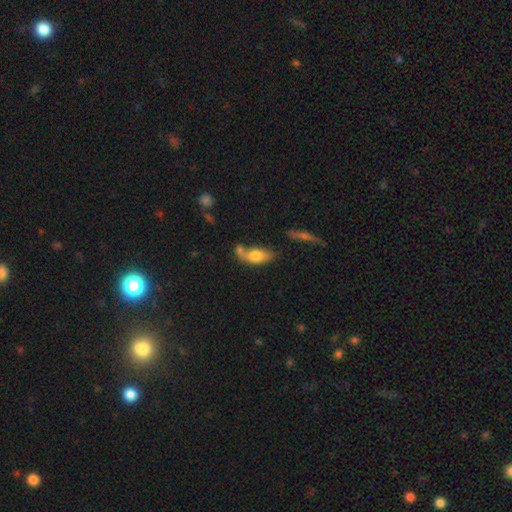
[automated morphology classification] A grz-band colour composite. It shows a smooth galaxy with no disk features (70%) that is in between round and cigar-shaped (81%). Merging: none (38%).